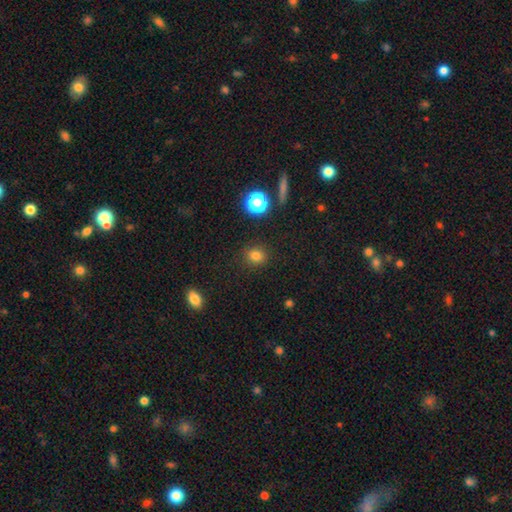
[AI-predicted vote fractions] The model was most divided on "smooth or featured": smooth: 79%, star or artifact: 15%, featured or disk: 5%. More confident: merging — none (89%); how rounded — round (84%).